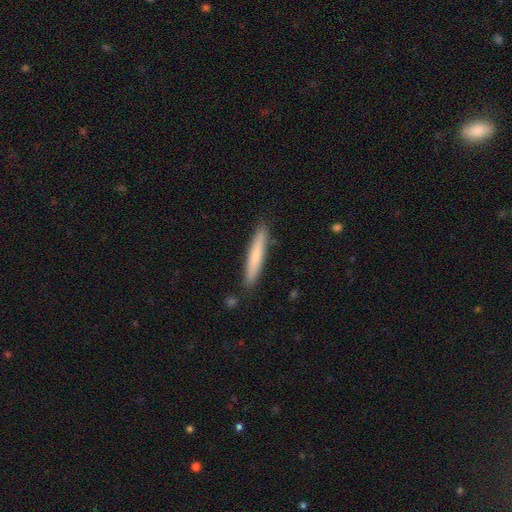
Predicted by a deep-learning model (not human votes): This is likely a smooth galaxy (69%). How rounded: clearly cigar-shaped (94%). Merging: clearly none (88%).